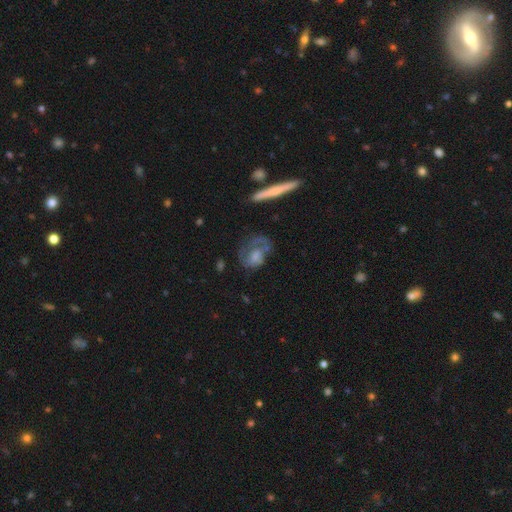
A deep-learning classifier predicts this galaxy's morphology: A featured or disk galaxy (54%) with no bar (75%), spiral arms (61%) and no central bulge (32%).

Vote fractions:
- Smooth or featured? featured or disk: 54% / smooth: 37% / star or artifact: 9%
- Edge-on disk? no: 94% / yes: 6%
- Bar? no: 75% / weak: 21% / strong: 5%
- Spiral arms? yes: 61% / no: 39%
- Bulge size? none: 32% / moderate: 29% / large: 18% / small: 18% / dominant: 3%
- Merging? none: 38% / major disturbance: 35% / minor disturbance: 22% / merger: 5%